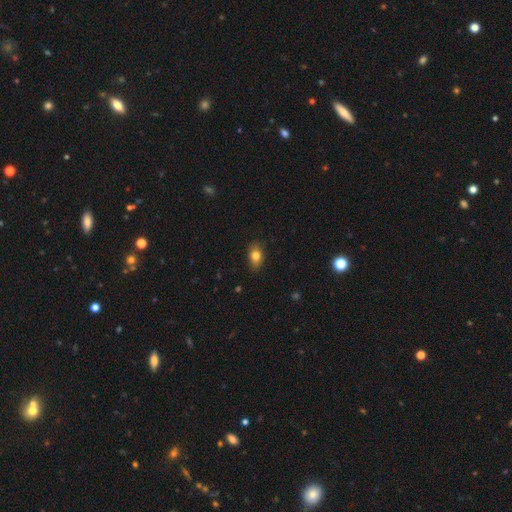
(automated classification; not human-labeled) Overall: smooth (80%). How rounded: in between (82%). Merging: none (84%).